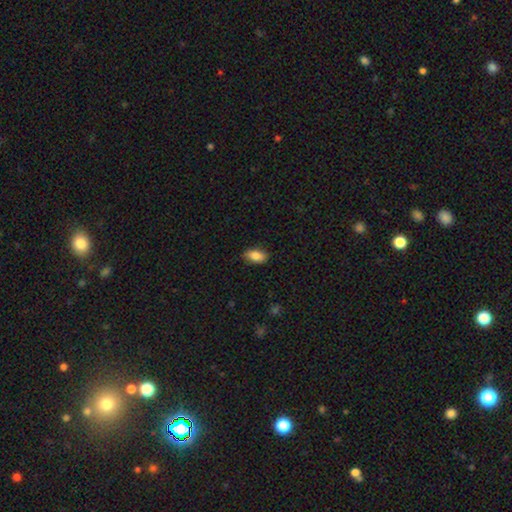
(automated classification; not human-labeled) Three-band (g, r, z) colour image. It shows a smooth galaxy with no disk features (85%) that is in between round and cigar-shaped (91%). Merging: none (85%).